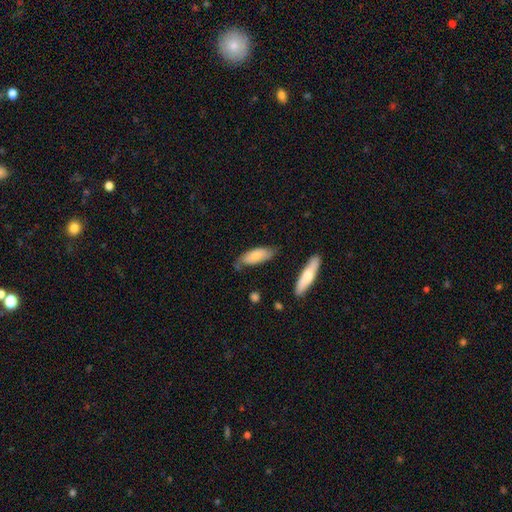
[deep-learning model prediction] smooth 76%, featured or disk 19%, star or artifact 6%. Down the decision tree: how rounded — in between (67%); merging — none (63%).